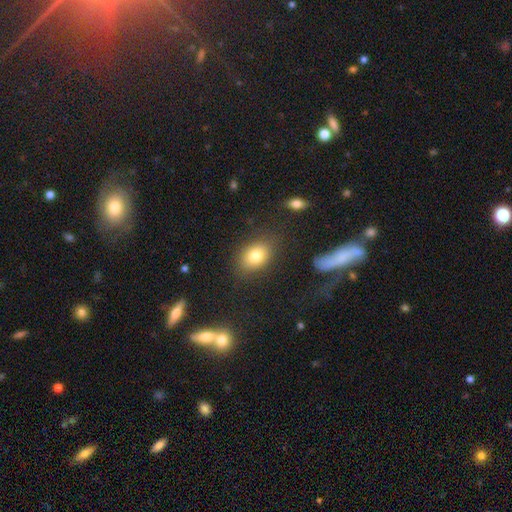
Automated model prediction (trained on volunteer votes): This appears to be a smooth galaxy with no disk features (80%) that is in between round and cigar-shaped (77%). Merging: none (80%).